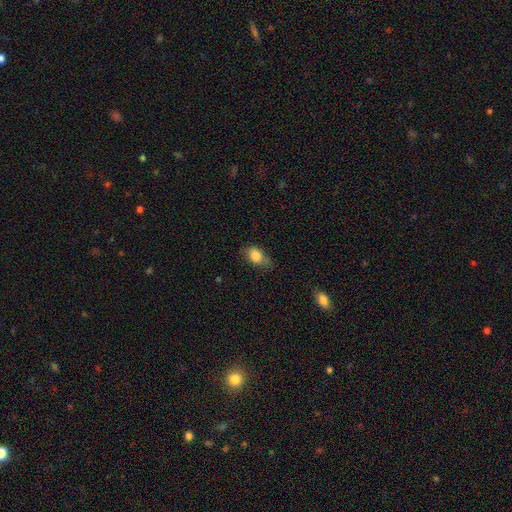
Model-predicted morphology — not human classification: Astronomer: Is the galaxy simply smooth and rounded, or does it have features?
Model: smooth — 83%.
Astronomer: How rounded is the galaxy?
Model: in between — 79%.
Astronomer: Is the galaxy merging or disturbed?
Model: none — 54% (runner-up: minor disturbance, 33%).